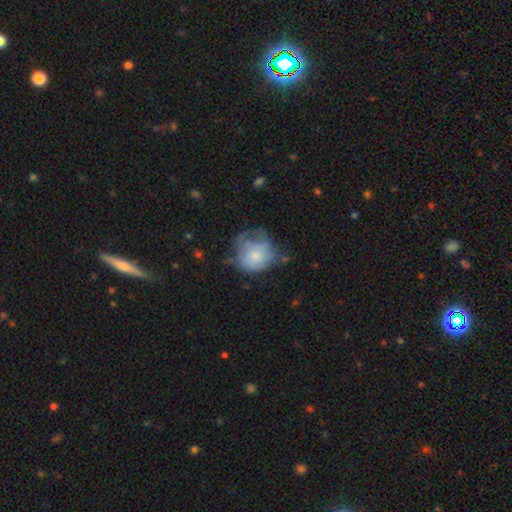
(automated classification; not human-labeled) Smooth or featured: smooth — 63% (featured or disk — 28%)
How rounded: round — 71% (in between — 28%)
Merging: minor disturbance — 33% (major disturbance — 32%)